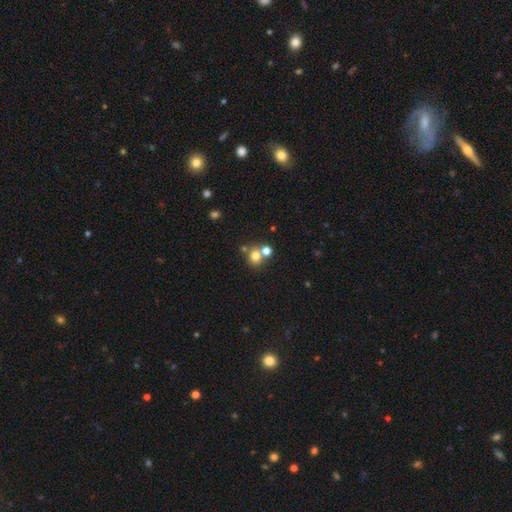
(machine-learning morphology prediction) Smooth or featured? Predicted: smooth (p=0.74). How rounded? Predicted: round (p=0.78). Merging? Predicted: none (p=0.54).